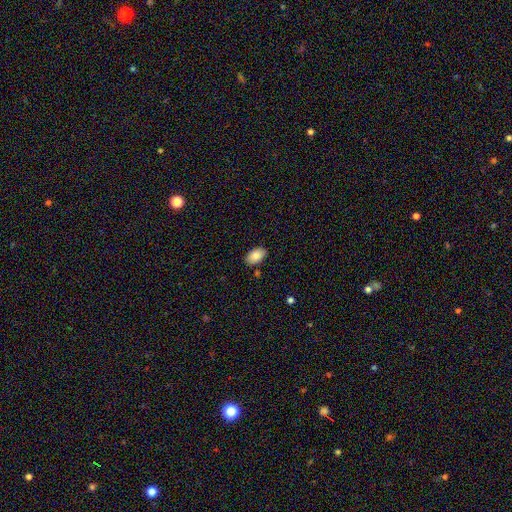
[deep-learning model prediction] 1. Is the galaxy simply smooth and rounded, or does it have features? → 85% smooth, 8% featured or disk, 7% star or artifact.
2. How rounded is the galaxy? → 91% in between, 7% round, 1% cigar-shaped.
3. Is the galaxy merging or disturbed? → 84% none, 11% minor disturbance, 3% merger, 2% major disturbance.